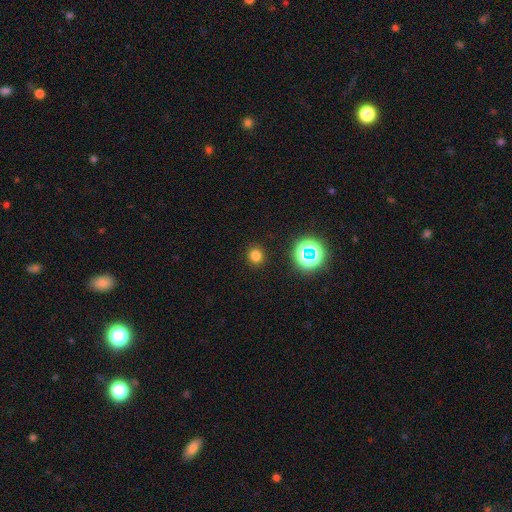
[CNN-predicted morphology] Smooth or featured?
  - smooth: 74% *
  - star or artifact: 20%
  - featured or disk: 5%
How rounded?
  - round: 90% *
  - in between: 9%
  - cigar-shaped: 1%
Merging?
  - none: 91% *
  - minor disturbance: 5%
  - major disturbance: 2%
  - merger: 1%